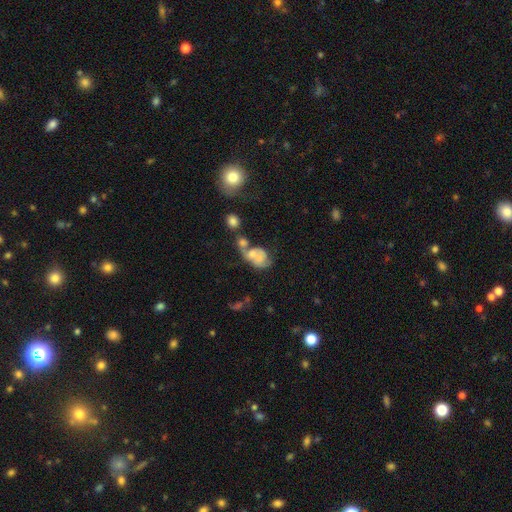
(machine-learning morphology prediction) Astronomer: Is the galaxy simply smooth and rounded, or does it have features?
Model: featured or disk — 47% (runner-up: smooth, 43%).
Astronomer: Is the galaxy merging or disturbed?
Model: merger — 55%.